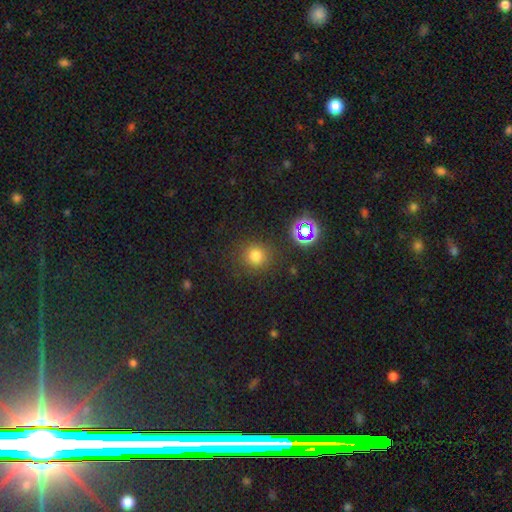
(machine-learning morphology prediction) Smooth or featured? smooth (74%)
How rounded? round (90%)
Merging? none (86%)